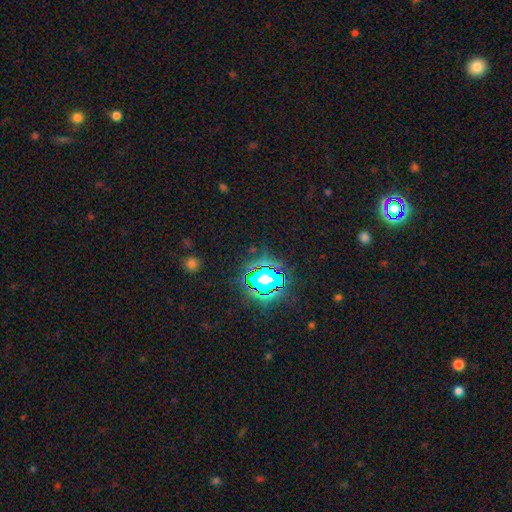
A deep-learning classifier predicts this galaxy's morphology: A star or artifact, not a galaxy (81%).